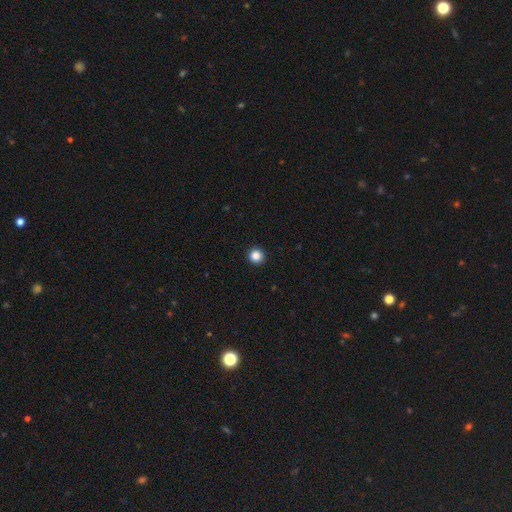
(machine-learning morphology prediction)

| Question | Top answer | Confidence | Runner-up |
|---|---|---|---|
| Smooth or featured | smooth | 86% | star or artifact (11%) |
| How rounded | round | 96% | in between (3%) |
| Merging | none | 94% | minor disturbance (4%) |